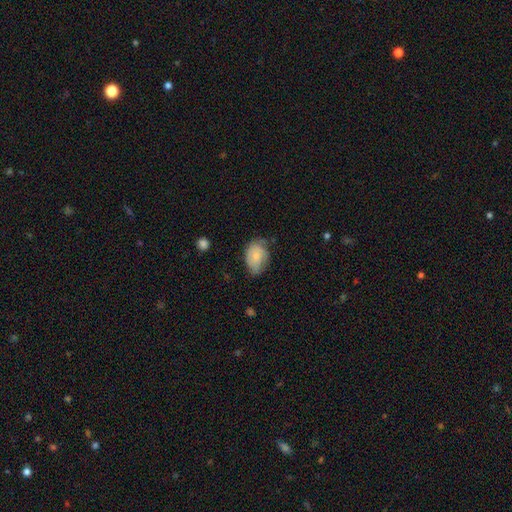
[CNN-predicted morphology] This appears to be a smooth galaxy with no disk features (71%) that is in between round and cigar-shaped (83%). Merging: none (50%).